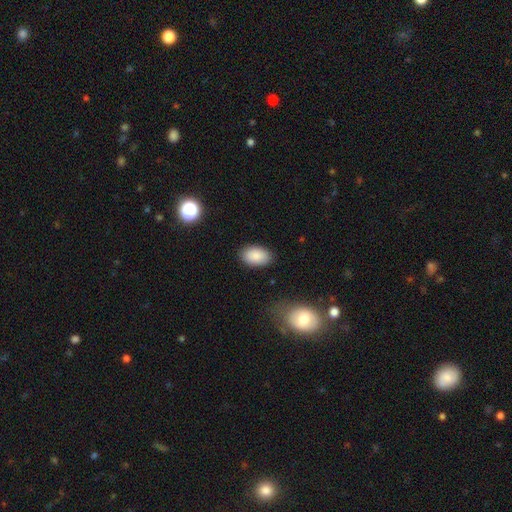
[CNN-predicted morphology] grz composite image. It shows a smooth galaxy with no disk features (88%) that is in between round and cigar-shaped (92%). Merging: none (85%).